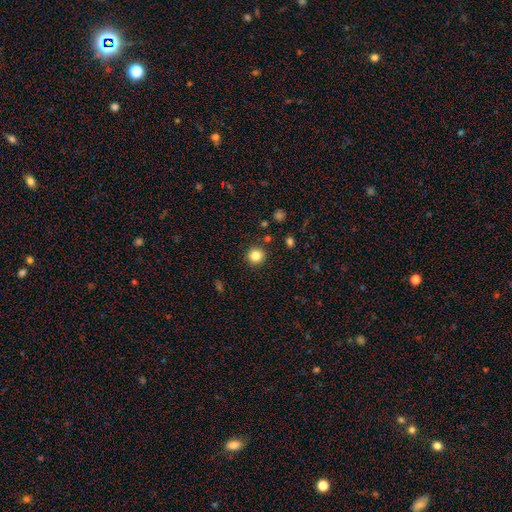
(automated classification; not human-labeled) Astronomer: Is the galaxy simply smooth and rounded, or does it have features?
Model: smooth — 84%.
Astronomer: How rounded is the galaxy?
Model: round — 94%.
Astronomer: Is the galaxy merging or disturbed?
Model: none — 91%.